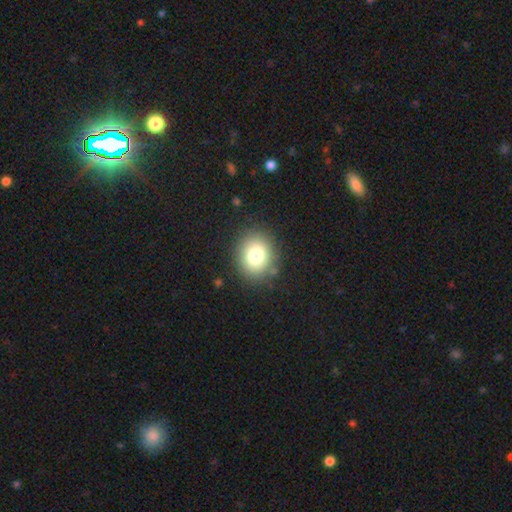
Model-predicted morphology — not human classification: This appears to be a smooth galaxy with no disk features (78%) that is round (68%). Merging: none (85%).